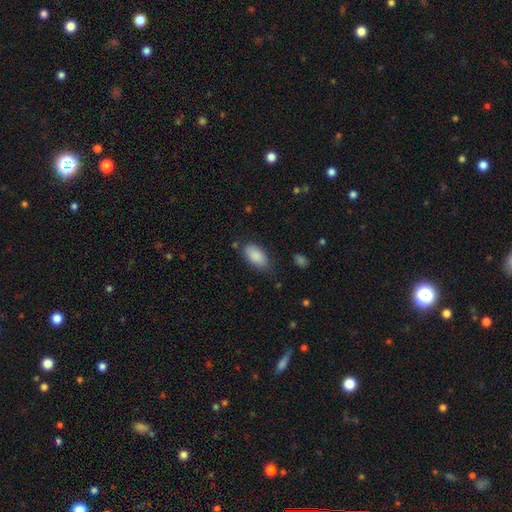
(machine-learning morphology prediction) smooth_or_featured: smooth (p=0.88) [alt: star or artifact p=0.06]
how_rounded: in between (p=0.93) [alt: cigar-shaped p=0.04]
merging: none (p=0.72) [alt: minor disturbance p=0.21]